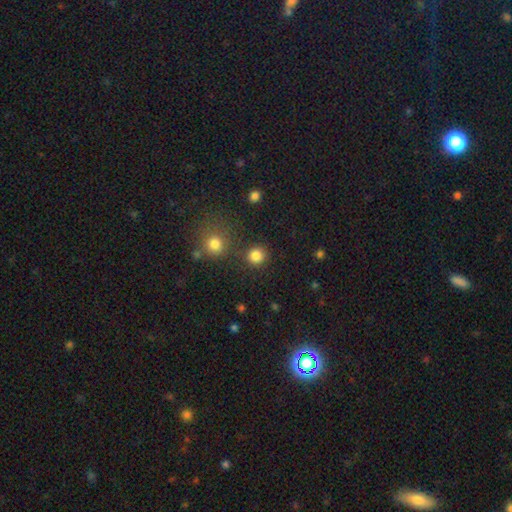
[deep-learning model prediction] Smooth or featured? smooth (84%)
How rounded? round (92%)
Merging? none (86%)